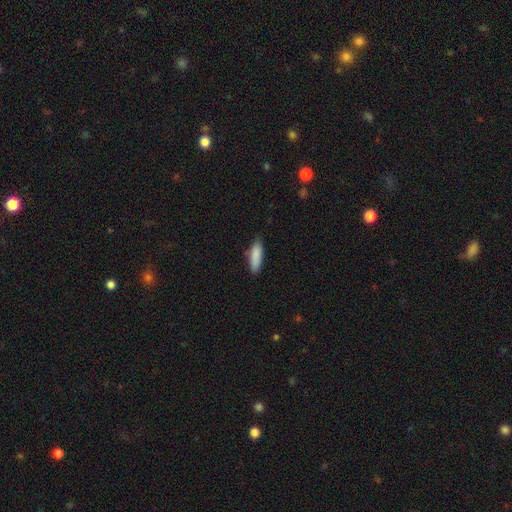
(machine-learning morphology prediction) Q: Smooth or featured?
A: smooth (88%); runner-up: star or artifact (6%)
Q: How rounded?
A: in between (51%); runner-up: cigar-shaped (47%)
Q: Merging?
A: none (81%); runner-up: minor disturbance (15%)